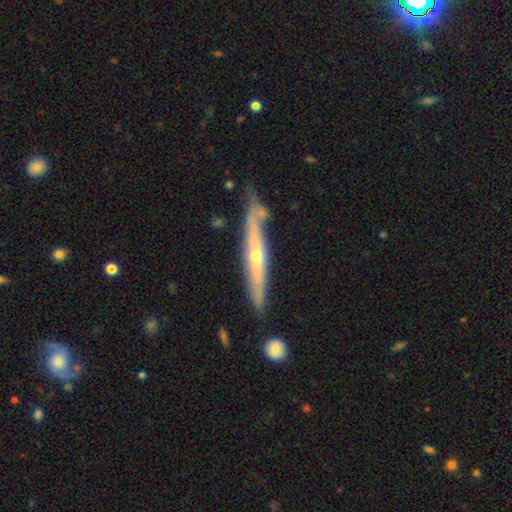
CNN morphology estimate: smooth_or_featured: featured or disk (p=0.71) [alt: smooth p=0.23]
disk_edge_on: yes (p=0.88) [alt: no p=0.12]
edge_on_bulge: rounded (p=0.73) [alt: none p=0.24]
merging: none (p=0.74) [alt: minor disturbance p=0.18]